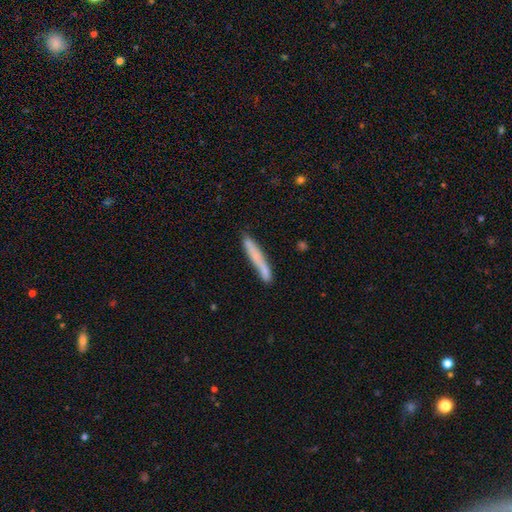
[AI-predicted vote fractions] smooth 67%, featured or disk 27%, star or artifact 7%. Down the decision tree: how rounded — cigar-shaped (95%); merging — none (75%).